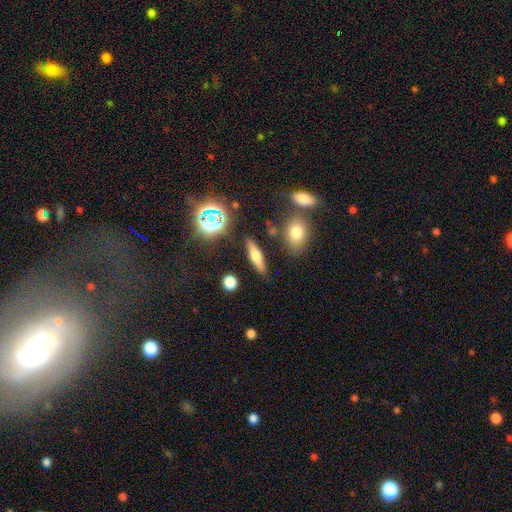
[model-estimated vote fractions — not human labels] smooth_or_featured: smooth (p=0.50) [alt: featured or disk p=0.39]
merging: none (p=0.84) [alt: minor disturbance p=0.09]